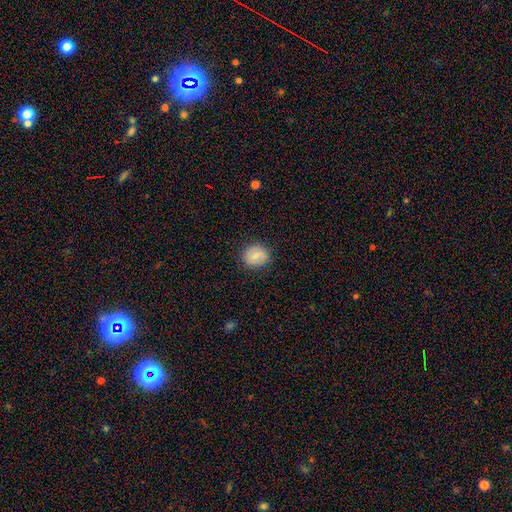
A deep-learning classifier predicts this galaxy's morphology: Smooth or featured? Predicted: smooth (p=0.76). How rounded? Predicted: round (p=0.78). Merging? Predicted: none (p=0.85).